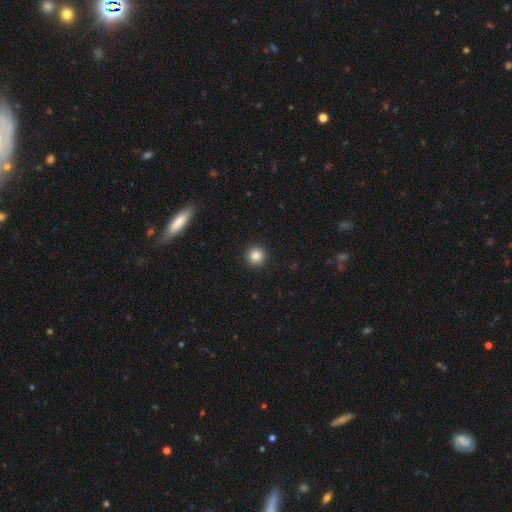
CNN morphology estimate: Smooth or featured?
  - smooth: 85% *
  - star or artifact: 10%
  - featured or disk: 4%
How rounded?
  - round: 95% *
  - in between: 4%
  - cigar-shaped: 1%
Merging?
  - none: 92% *
  - minor disturbance: 5%
  - major disturbance: 2%
  - merger: 1%